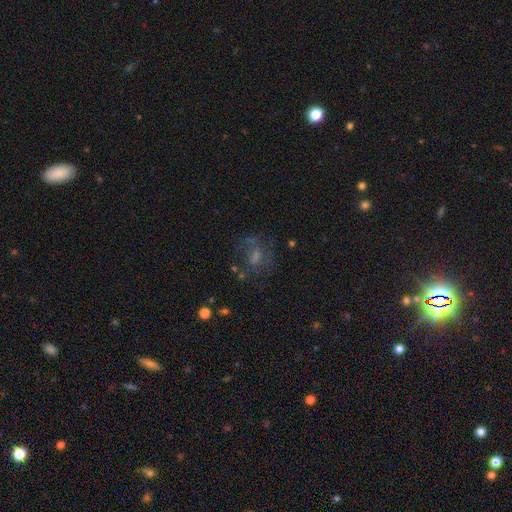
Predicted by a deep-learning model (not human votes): This is marginally a featured or disk galaxy (42%). Merging: possibly none (51%).